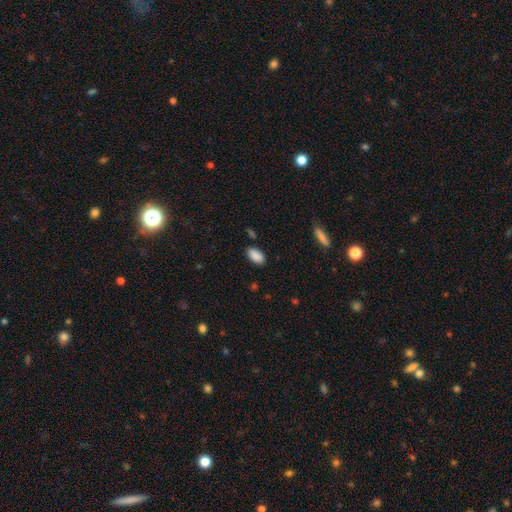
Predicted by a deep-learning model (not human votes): Overall: smooth (89%). How rounded: in between (93%). Merging: none (84%).